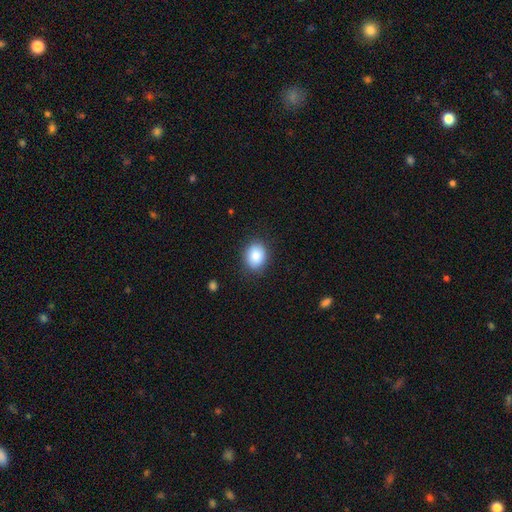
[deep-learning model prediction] A smooth galaxy with no disk features (86%) that is in between round and cigar-shaped (54%).

Vote fractions:
- Smooth or featured? smooth: 86% / star or artifact: 8% / featured or disk: 6%
- How rounded? in between: 54% / round: 45% / cigar-shaped: 1%
- Merging? none: 85% / minor disturbance: 11% / major disturbance: 3% / merger: 1%